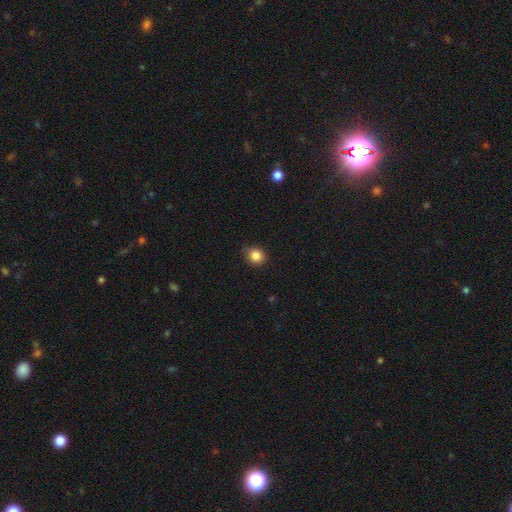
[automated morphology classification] A smooth galaxy with no disk features (85%) that is round (78%). Merging: none (79%).